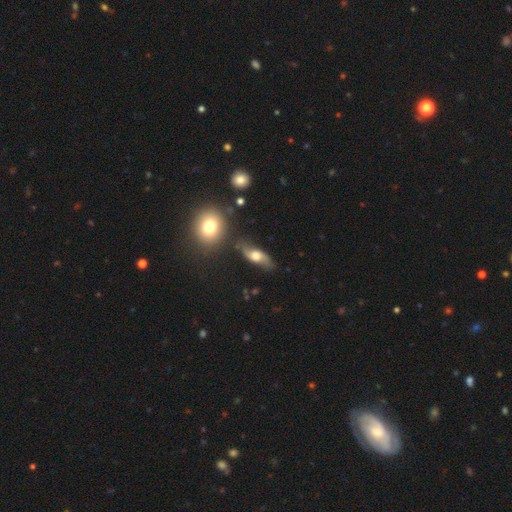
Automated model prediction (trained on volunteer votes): Q: Smooth or featured?
A: featured or disk (63%); runner-up: smooth (29%)
Q: Edge-on disk?
A: no (76%); runner-up: yes (24%)
Q: Merging?
A: none (71%); runner-up: minor disturbance (17%)